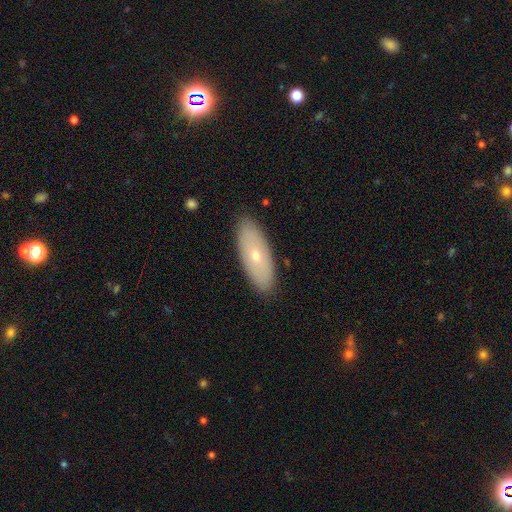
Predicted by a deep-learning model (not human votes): Smooth or featured?
  - smooth: 58% *
  - featured or disk: 36%
  - star or artifact: 7%
How rounded?
  - in between: 75% *
  - cigar-shaped: 22%
  - round: 3%
Merging?
  - none: 88% *
  - minor disturbance: 9%
  - major disturbance: 2%
  - merger: 1%